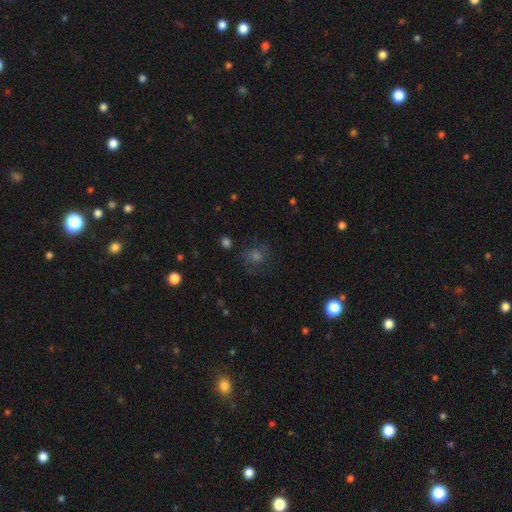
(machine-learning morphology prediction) Smooth or featured?
  - smooth: 40% *
  - star or artifact: 31%
  - featured or disk: 29%
Merging?
  - none: 74% *
  - minor disturbance: 14%
  - major disturbance: 10%
  - merger: 2%